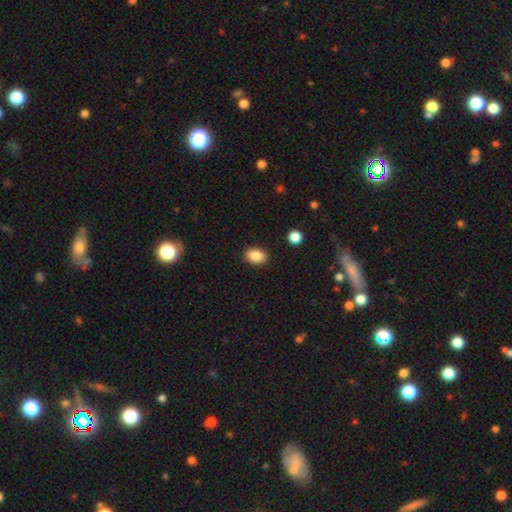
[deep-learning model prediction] smooth 87%, star or artifact 9%, featured or disk 4%. Down the decision tree: how rounded — in between (76%); merging — none (88%).